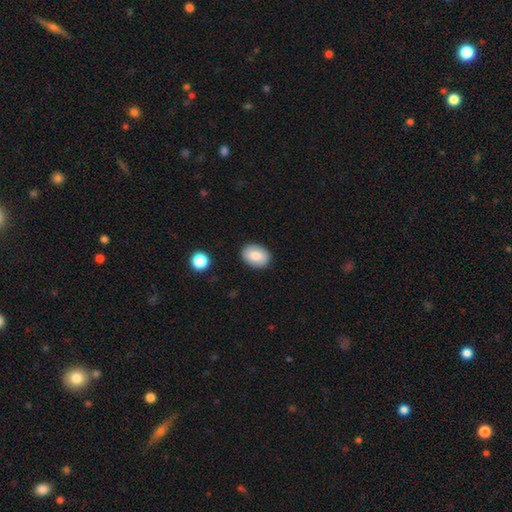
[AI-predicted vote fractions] A smooth galaxy with no disk features (80%) that is in between round and cigar-shaped (65%). Merging: none (88%).